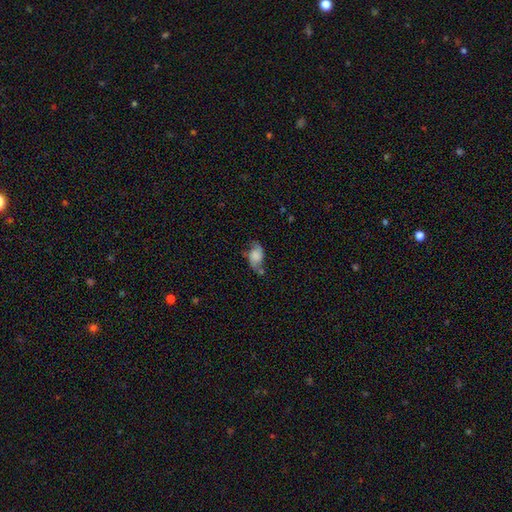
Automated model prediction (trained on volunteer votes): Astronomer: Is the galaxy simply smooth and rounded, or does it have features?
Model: featured or disk — 62%.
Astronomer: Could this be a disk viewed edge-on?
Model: no — 96%.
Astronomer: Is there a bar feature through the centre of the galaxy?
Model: no — 63%.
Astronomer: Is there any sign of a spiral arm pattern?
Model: yes — 91%.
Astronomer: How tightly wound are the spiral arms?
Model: loose — 58%.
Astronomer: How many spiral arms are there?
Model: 2 — 89%.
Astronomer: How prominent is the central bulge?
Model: none — 34% (runner-up: large, 23%).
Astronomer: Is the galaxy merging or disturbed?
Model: none — 56%.